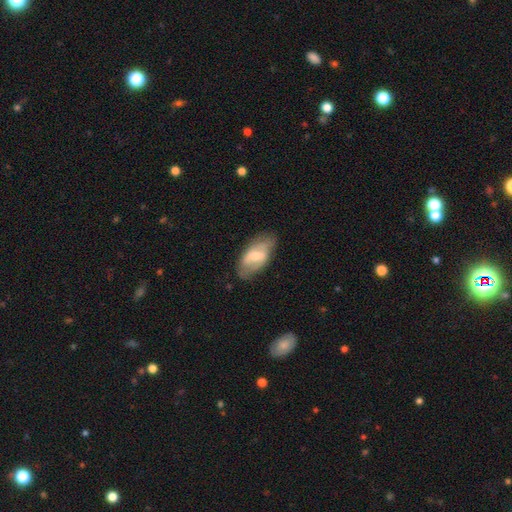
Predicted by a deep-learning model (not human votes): Morphology: type=featured or disk (49%); merging=none (68%).